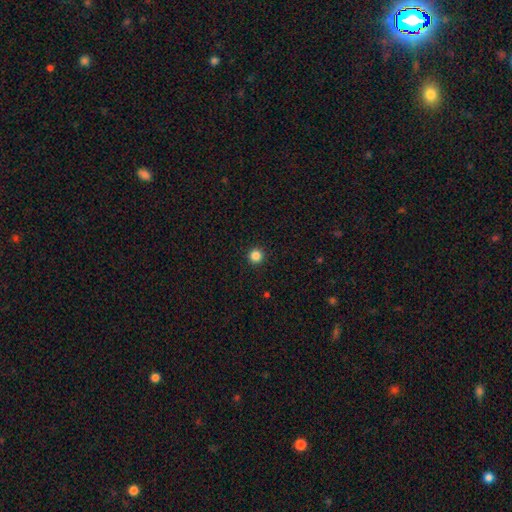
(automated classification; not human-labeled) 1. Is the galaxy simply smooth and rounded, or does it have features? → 85% smooth, 12% star or artifact, 3% featured or disk.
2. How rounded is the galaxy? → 96% round, 3% in between, 1% cigar-shaped.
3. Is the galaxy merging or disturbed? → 94% none, 4% minor disturbance, 1% major disturbance, 1% merger.